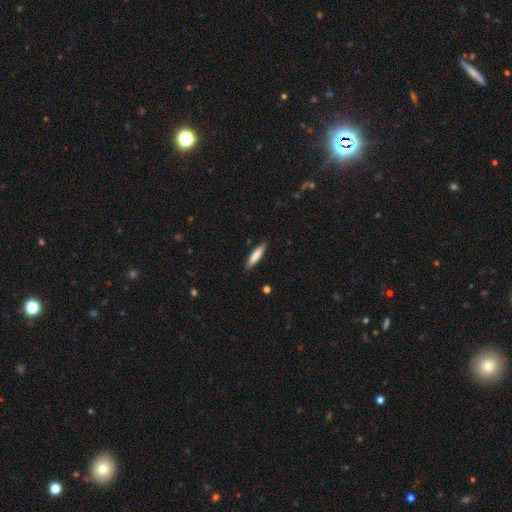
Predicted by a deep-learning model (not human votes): smooth 77%, featured or disk 17%, star or artifact 6%. Down the decision tree: how rounded — cigar-shaped (81%); merging — none (89%).